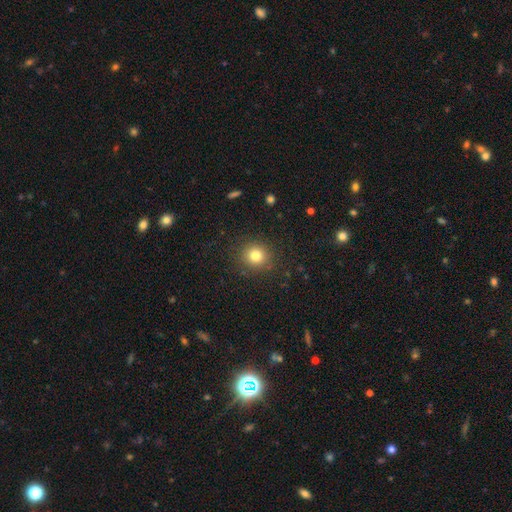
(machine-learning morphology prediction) smooth-or-featured: smooth: 80% | star or artifact: 13% | featured or disk: 7%
  how-rounded: round: 88% | in between: 11% | cigar-shaped: 1%
  merging: none: 88% | minor disturbance: 8% | major disturbance: 3% | merger: 1%